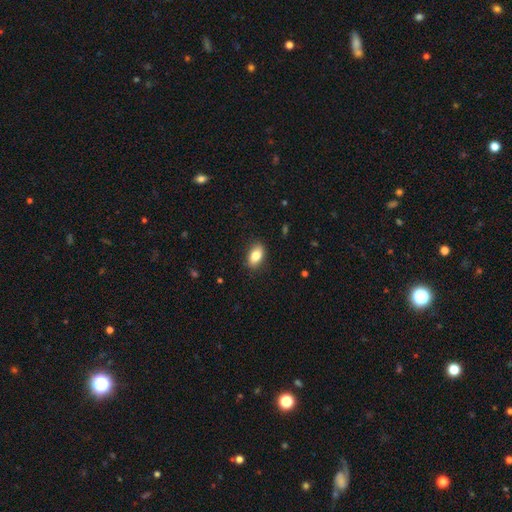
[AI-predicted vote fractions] smooth 85%, featured or disk 8%, star or artifact 7%. Down the decision tree: how rounded — in between (90%); merging — none (86%).